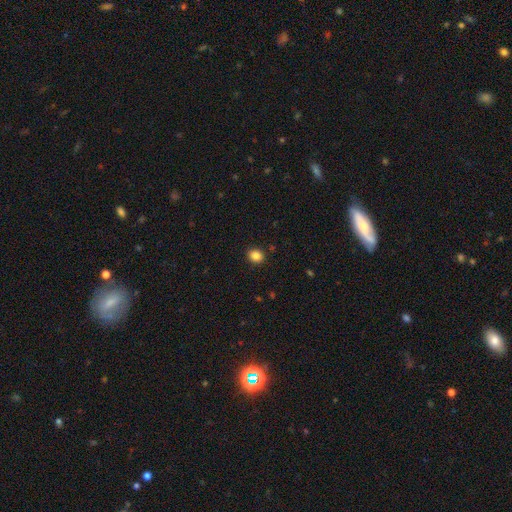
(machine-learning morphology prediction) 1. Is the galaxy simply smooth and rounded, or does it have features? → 85% smooth, 11% star or artifact, 4% featured or disk.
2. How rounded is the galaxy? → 70% round, 29% in between, 1% cigar-shaped.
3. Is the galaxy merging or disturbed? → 91% none, 6% minor disturbance, 2% major disturbance, 1% merger.